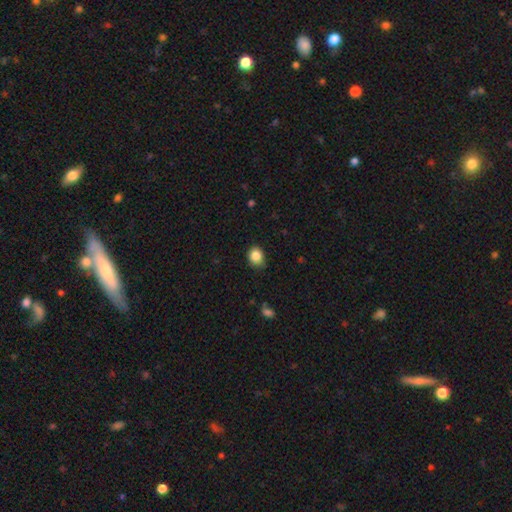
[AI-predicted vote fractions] A smooth galaxy with no disk features (85%) that is round (58%).

Vote fractions:
- Smooth or featured? smooth: 85% / star or artifact: 10% / featured or disk: 5%
- How rounded? round: 58% / in between: 41% / cigar-shaped: 1%
- Merging? none: 79% / minor disturbance: 17% / major disturbance: 3% / merger: 1%